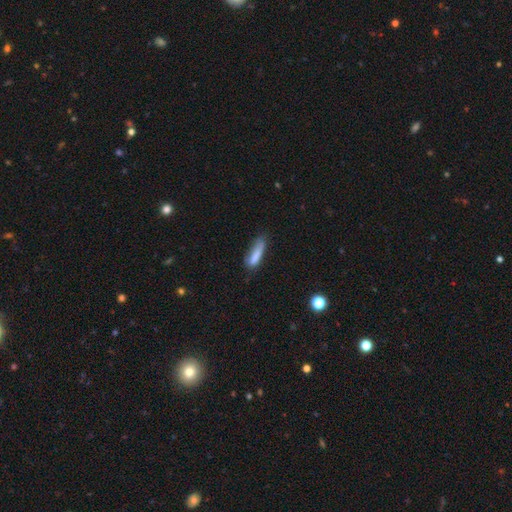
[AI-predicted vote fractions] smooth-or-featured: smooth: 79% | featured or disk: 13% | star or artifact: 8%
  how-rounded: cigar-shaped: 68% | in between: 31% | round: 2%
  merging: none: 52% | minor disturbance: 32% | major disturbance: 12% | merger: 4%